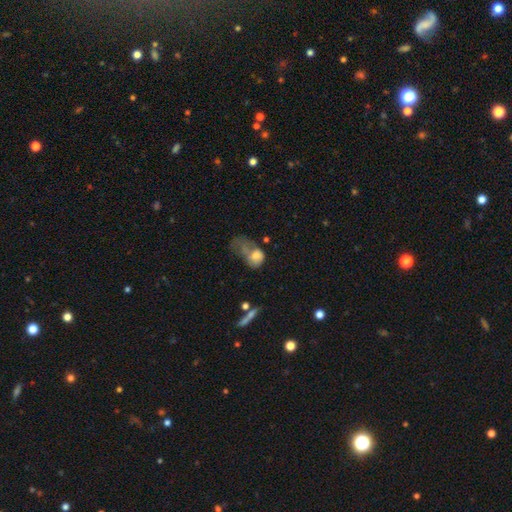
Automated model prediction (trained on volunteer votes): Smooth or featured?
  - smooth: 64% *
  - featured or disk: 26%
  - star or artifact: 10%
How rounded?
  - in between: 66% *
  - round: 32%
  - cigar-shaped: 2%
Merging?
  - major disturbance: 54% *
  - merger: 20%
  - minor disturbance: 14%
  - none: 12%